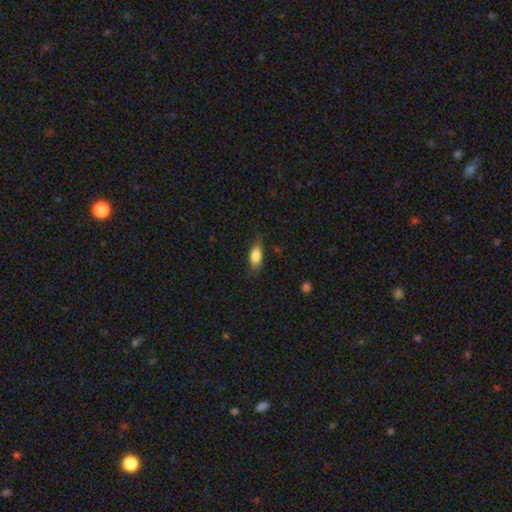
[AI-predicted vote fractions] smooth-or-featured: smooth: 81% | featured or disk: 11% | star or artifact: 7%
  how-rounded: in between: 82% | cigar-shaped: 13% | round: 5%
  merging: none: 74% | minor disturbance: 20% | major disturbance: 5% | merger: 1%